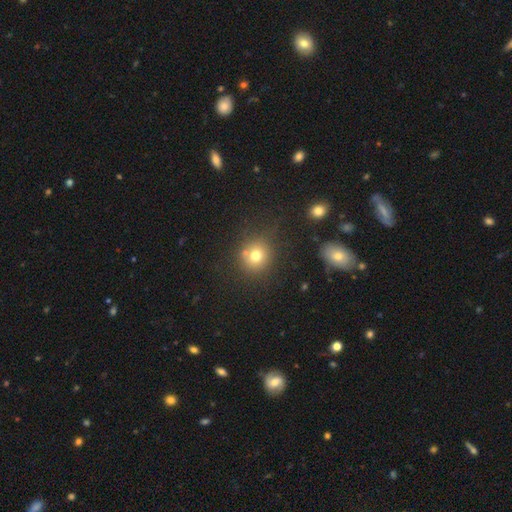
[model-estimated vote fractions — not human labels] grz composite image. It shows a smooth galaxy with no disk features (74%) that is round (88%). Merging: none (73%).